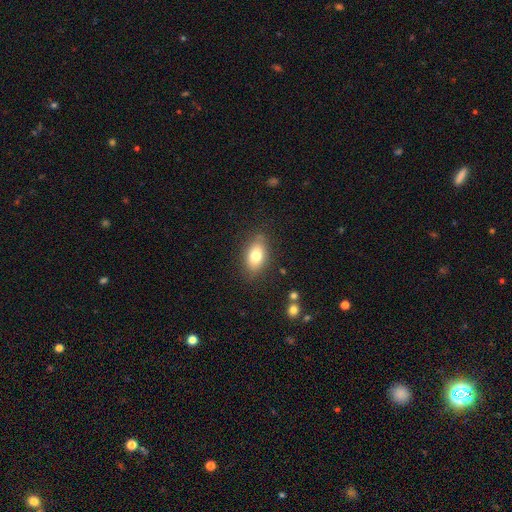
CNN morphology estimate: A smooth galaxy with no disk features (77%) that is in between round and cigar-shaped (87%).

Vote fractions:
- Smooth or featured? smooth: 77% / featured or disk: 14% / star or artifact: 9%
- How rounded? in between: 87% / round: 10% / cigar-shaped: 3%
- Merging? none: 81% / minor disturbance: 14% / major disturbance: 4% / merger: 2%